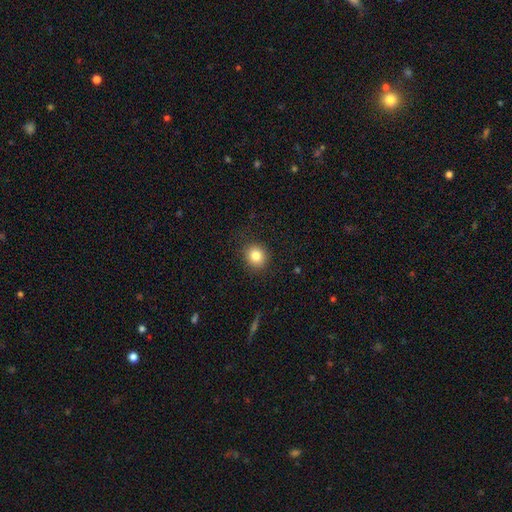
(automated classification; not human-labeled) smooth-or-featured: smooth: 83% | star or artifact: 10% | featured or disk: 7%
  how-rounded: round: 81% | in between: 18% | cigar-shaped: 1%
  merging: none: 88% | minor disturbance: 8% | major disturbance: 3% | merger: 1%